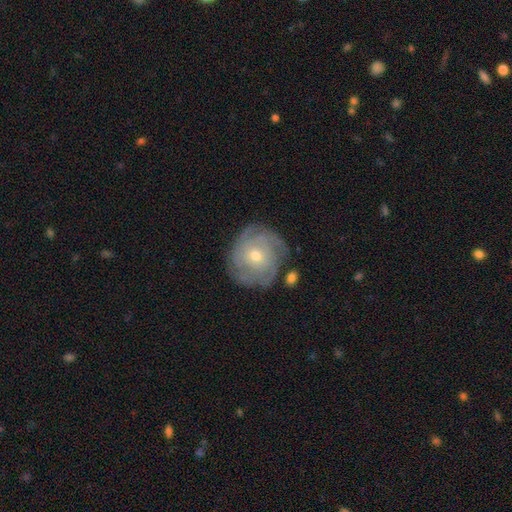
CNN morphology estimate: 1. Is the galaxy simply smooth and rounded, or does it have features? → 76% featured or disk, 17% smooth, 7% star or artifact.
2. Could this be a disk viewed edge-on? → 97% no, 3% yes.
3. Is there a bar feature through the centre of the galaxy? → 78% no, 19% weak, 3% strong.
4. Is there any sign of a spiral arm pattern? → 89% yes, 11% no.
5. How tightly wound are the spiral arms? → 73% tight, 20% medium, 6% loose.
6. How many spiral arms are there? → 41% can't tell, 19% 3, 17% 4, 11% 2, 6% more than 4, 6% 1.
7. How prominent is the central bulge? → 49% moderate, 48% small, 2% large, 1% none, 1% dominant.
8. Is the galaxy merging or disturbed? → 75% none, 16% minor disturbance, 6% major disturbance, 3% merger.